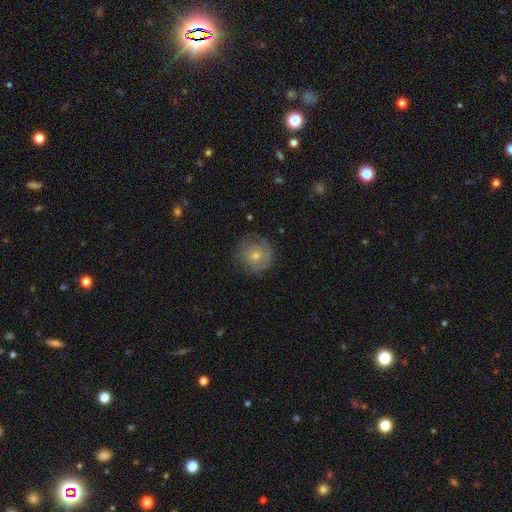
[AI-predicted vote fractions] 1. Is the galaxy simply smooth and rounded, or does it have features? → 51% featured or disk, 39% smooth, 10% star or artifact.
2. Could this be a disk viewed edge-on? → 97% no, 3% yes.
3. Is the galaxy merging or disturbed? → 72% none, 18% minor disturbance, 8% major disturbance, 1% merger.